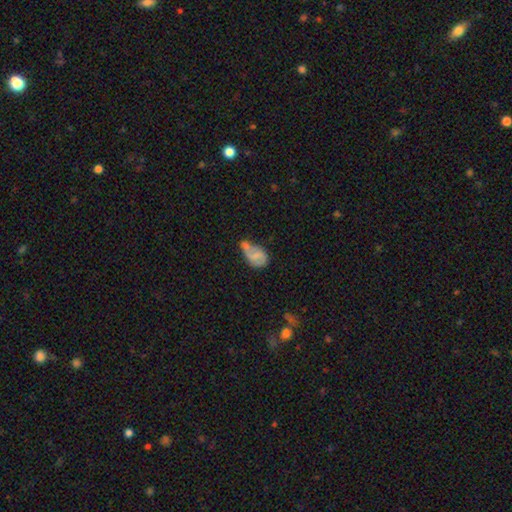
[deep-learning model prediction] This is possibly a smooth galaxy (55%). How rounded: clearly in between (84%). Merging: marginally minor disturbance (31%).